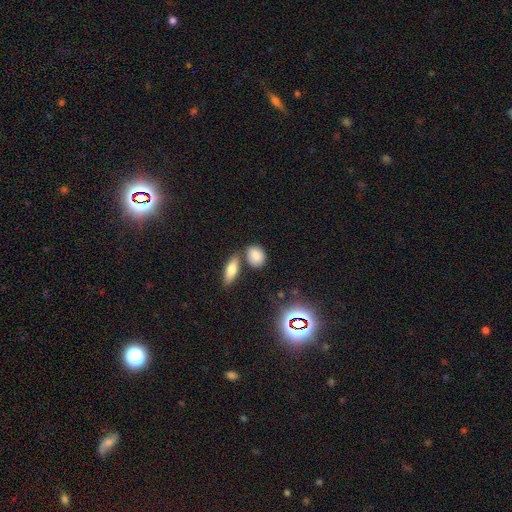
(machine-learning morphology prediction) Smooth or featured? smooth (81%)
How rounded? in between (55%)
Merging? none (71%)